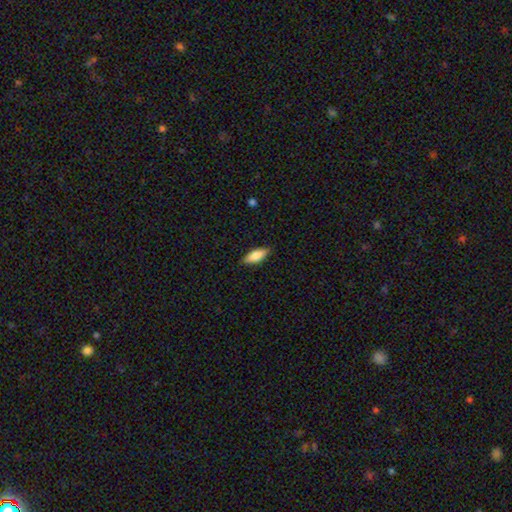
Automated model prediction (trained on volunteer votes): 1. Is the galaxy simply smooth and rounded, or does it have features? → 77% smooth, 16% featured or disk, 6% star or artifact.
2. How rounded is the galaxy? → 70% in between, 27% cigar-shaped, 2% round.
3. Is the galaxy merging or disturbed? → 87% none, 10% minor disturbance, 2% major disturbance, 1% merger.